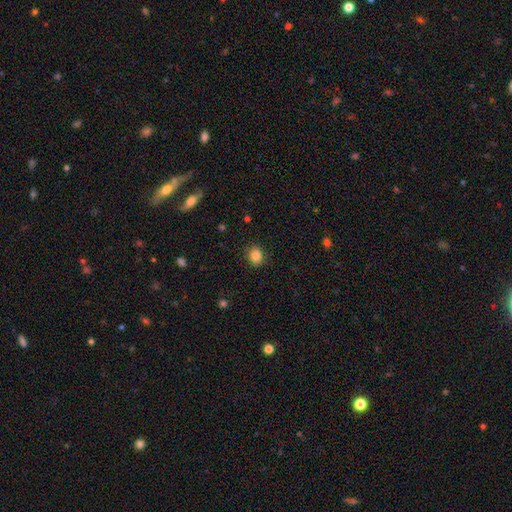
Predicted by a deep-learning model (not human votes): Smooth or featured? Predicted: smooth (p=0.85). How rounded? Predicted: round (p=0.52). Merging? Predicted: none (p=0.88).